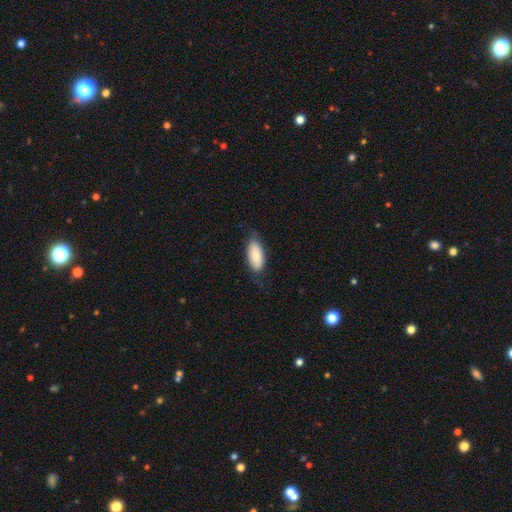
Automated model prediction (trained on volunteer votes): Smooth or featured: smooth — 84% (featured or disk — 10%)
How rounded: in between — 88% (cigar-shaped — 10%)
Merging: none — 72% (minor disturbance — 21%)